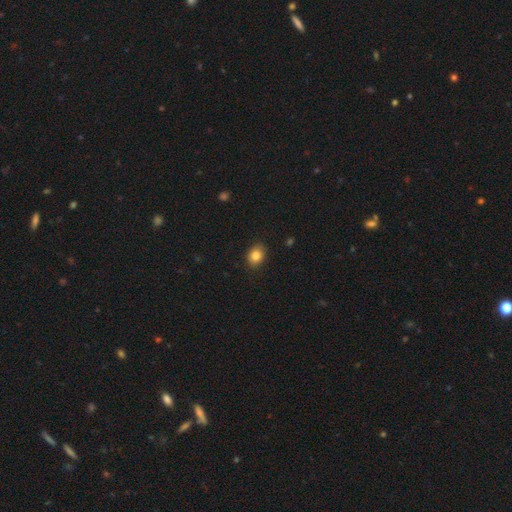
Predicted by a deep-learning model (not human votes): Smooth or featured?
  - smooth: 84% *
  - star or artifact: 10%
  - featured or disk: 6%
How rounded?
  - in between: 51% *
  - round: 48%
  - cigar-shaped: 1%
Merging?
  - none: 86% *
  - minor disturbance: 10%
  - major disturbance: 2%
  - merger: 1%